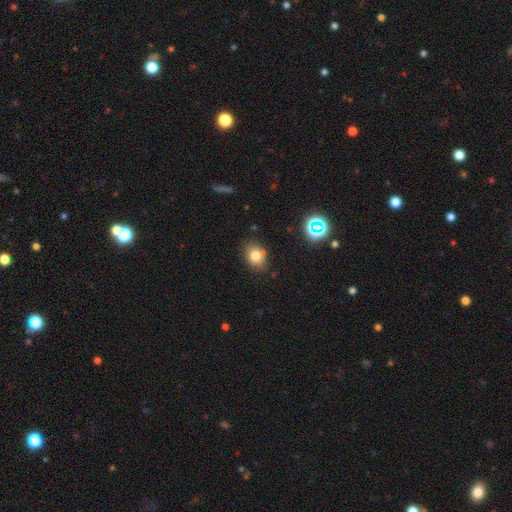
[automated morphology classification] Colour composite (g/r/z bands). It shows a smooth galaxy with no disk features (77%) that is in between round and cigar-shaped (62%). Merging: none (78%).